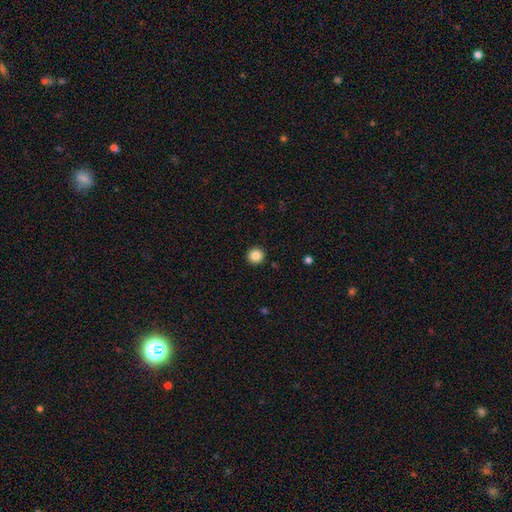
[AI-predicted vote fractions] smooth-or-featured: smooth: 86% | star or artifact: 10% | featured or disk: 4%
  how-rounded: round: 95% | in between: 4% | cigar-shaped: 1%
  merging: none: 93% | minor disturbance: 5% | major disturbance: 2% | merger: 1%